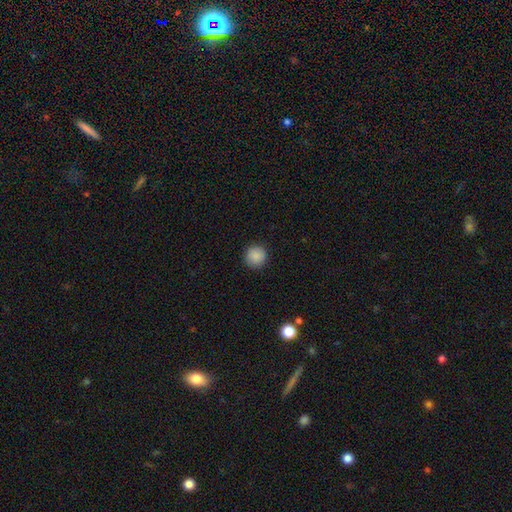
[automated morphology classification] Smooth or featured? smooth (88%)
How rounded? round (94%)
Merging? none (91%)